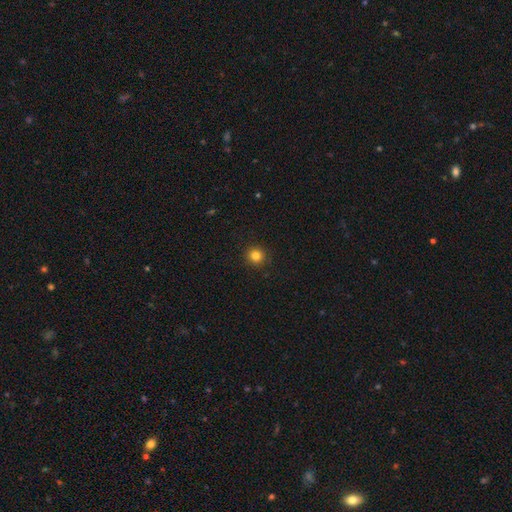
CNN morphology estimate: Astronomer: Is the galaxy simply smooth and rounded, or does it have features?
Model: smooth — 82%.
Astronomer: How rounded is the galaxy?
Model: round — 95%.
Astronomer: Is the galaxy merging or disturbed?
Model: none — 93%.